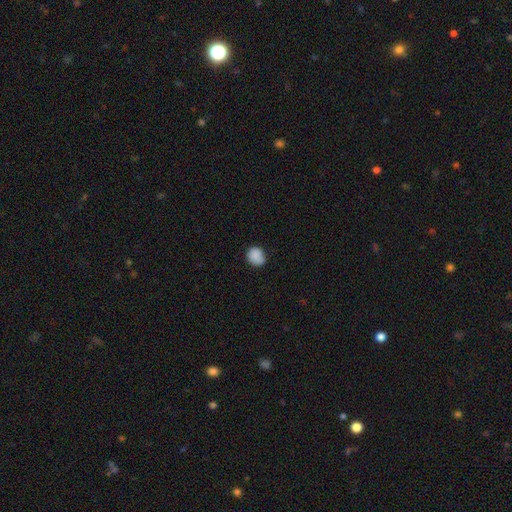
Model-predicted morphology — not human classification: Q: Smooth or featured?
A: smooth (86%); runner-up: star or artifact (9%)
Q: How rounded?
A: round (69%); runner-up: in between (30%)
Q: Merging?
A: none (72%); runner-up: minor disturbance (23%)